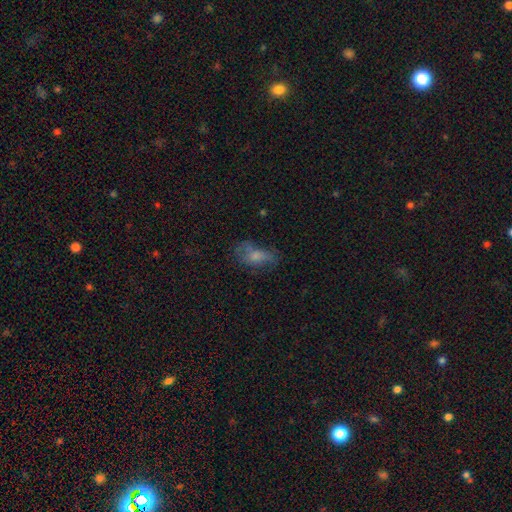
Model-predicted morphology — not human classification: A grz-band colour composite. It shows a smooth galaxy with no disk features (60%) that is in between round and cigar-shaped (84%). Merging: none (40%).